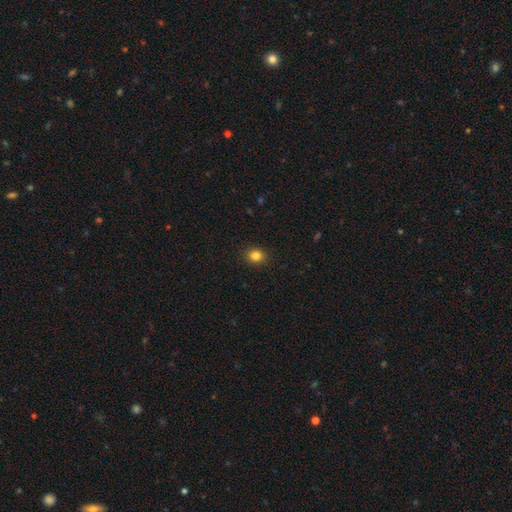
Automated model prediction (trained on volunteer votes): Smooth or featured: smooth — 84% (star or artifact — 12%)
How rounded: round — 67% (in between — 32%)
Merging: none — 91% (minor disturbance — 6%)